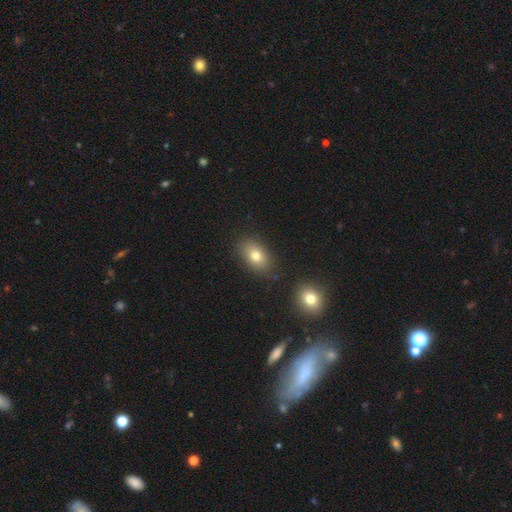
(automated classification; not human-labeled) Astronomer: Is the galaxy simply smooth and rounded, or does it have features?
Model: smooth — 77%.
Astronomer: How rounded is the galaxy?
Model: in between — 83%.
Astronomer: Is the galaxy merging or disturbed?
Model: none — 81%.